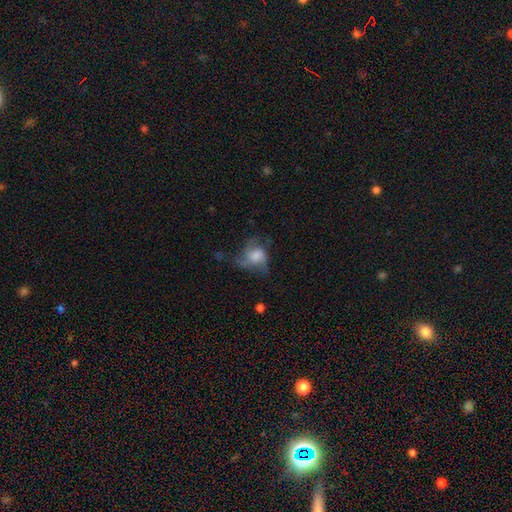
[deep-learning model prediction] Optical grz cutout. It shows a featured or disk galaxy (45%). Merging: none (41%).